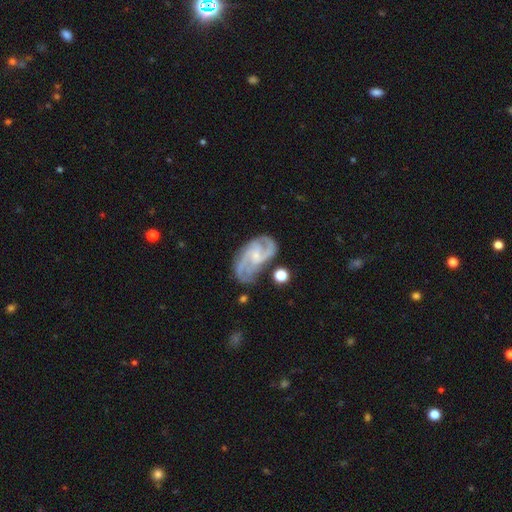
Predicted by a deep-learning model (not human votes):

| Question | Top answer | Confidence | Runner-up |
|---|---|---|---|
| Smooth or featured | featured or disk | 90% | smooth (5%) |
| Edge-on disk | no | 97% | yes (3%) |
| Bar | weak | 46% | no (41%) |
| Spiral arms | yes | 98% | no (2%) |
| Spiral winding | medium | 54% | tight (29%) |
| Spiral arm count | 2 | 41% | 3 (36%) |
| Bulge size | small | 66% | moderate (21%) |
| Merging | none | 66% | minor disturbance (20%) |